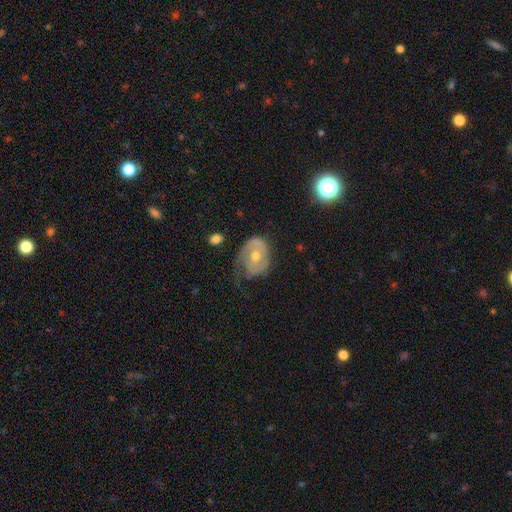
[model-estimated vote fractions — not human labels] A featured or disk galaxy (71%) with no bar (72%), 2 (39%) tight (47%) spiral arms (81%) and a moderate central bulge (64%).

Vote fractions:
- Smooth or featured? featured or disk: 71% / smooth: 21% / star or artifact: 8%
- Edge-on disk? no: 96% / yes: 4%
- Bar? no: 72% / weak: 22% / strong: 5%
- Spiral arms? yes: 81% / no: 19%
- Spiral winding? tight: 47% / medium: 34% / loose: 19%
- Spiral arm count? 2: 39% / 1: 34% / can't tell: 20% / 3: 4% / 4: 2% / more than 4: 2%
- Bulge size? moderate: 64% / small: 32% / large: 2% / none: 1% / dominant: 1%
- Merging? none: 46% / minor disturbance: 29% / major disturbance: 23% / merger: 2%